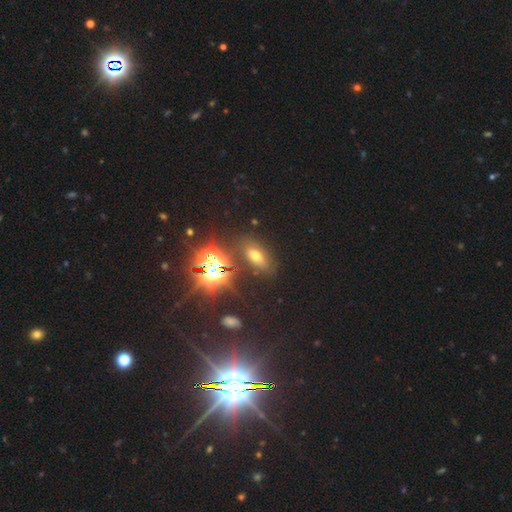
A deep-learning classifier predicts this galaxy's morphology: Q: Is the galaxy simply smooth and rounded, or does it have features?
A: smooth — 49%.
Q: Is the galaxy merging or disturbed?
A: none — 82%.